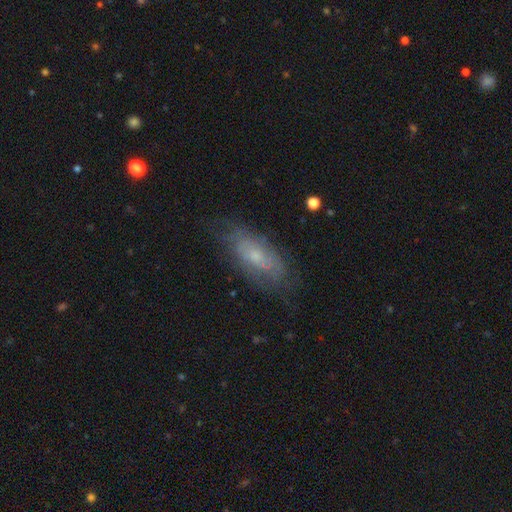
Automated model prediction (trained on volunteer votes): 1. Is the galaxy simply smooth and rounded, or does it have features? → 48% featured or disk, 44% smooth, 8% star or artifact.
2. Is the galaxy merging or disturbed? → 68% none, 22% minor disturbance, 8% major disturbance, 1% merger.